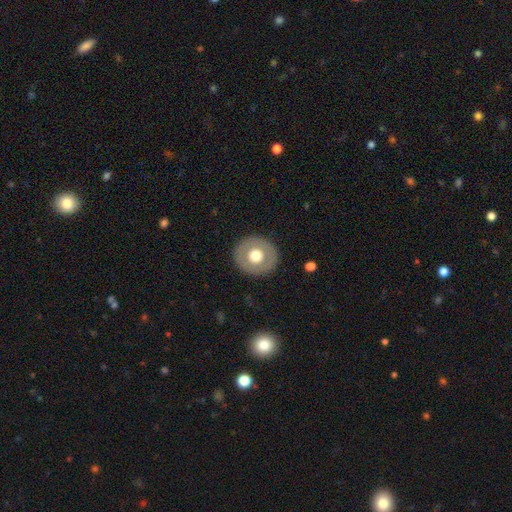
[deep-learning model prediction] Morphology: type=smooth (57%); roundness=round (90%); merging=none (89%).